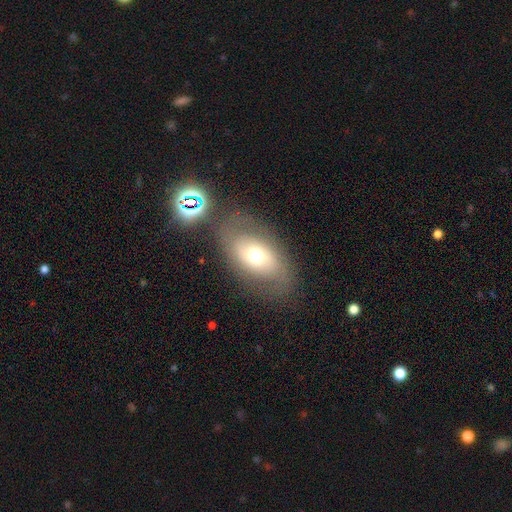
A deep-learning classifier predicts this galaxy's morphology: smooth_or_featured: smooth (p=0.51) [alt: featured or disk p=0.38]
how_rounded: in between (p=0.85) [alt: round p=0.13]
merging: none (p=0.68) [alt: minor disturbance p=0.16]